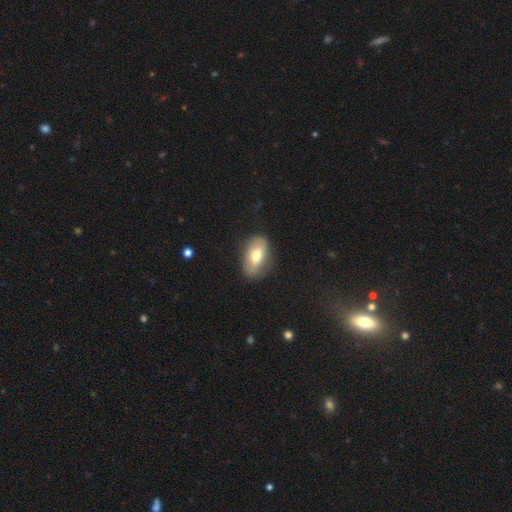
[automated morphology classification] smooth_or_featured: smooth (p=0.63) [alt: featured or disk p=0.30]
how_rounded: in between (p=0.88) [alt: round p=0.08]
merging: none (p=0.79) [alt: minor disturbance p=0.16]